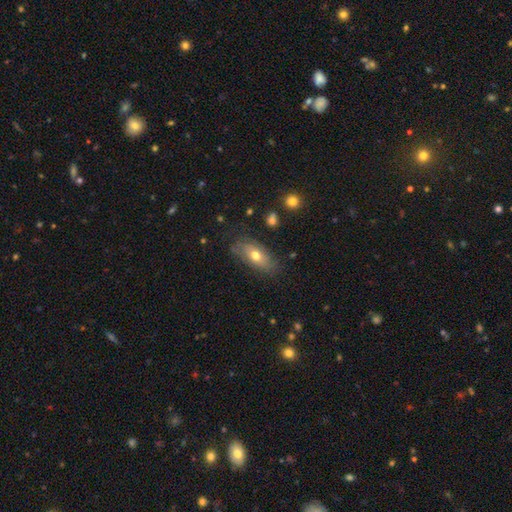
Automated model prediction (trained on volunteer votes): smooth-or-featured: smooth: 61% | featured or disk: 31% | star or artifact: 8%
  how-rounded: in between: 85% | cigar-shaped: 10% | round: 5%
  merging: none: 70% | minor disturbance: 21% | major disturbance: 7% | merger: 2%